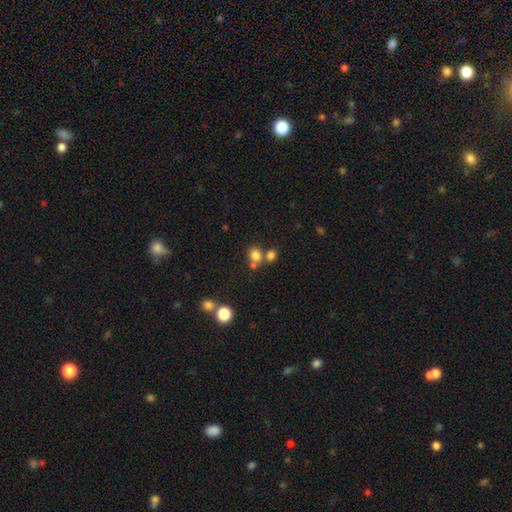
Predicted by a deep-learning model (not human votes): Smooth or featured?
  - smooth: 77% *
  - star or artifact: 15%
  - featured or disk: 8%
How rounded?
  - round: 64% *
  - in between: 35%
  - cigar-shaped: 1%
Merging?
  - none: 52% *
  - merger: 34%
  - minor disturbance: 9%
  - major disturbance: 4%